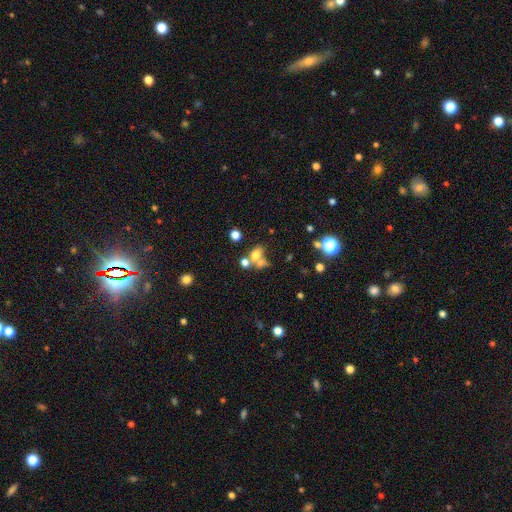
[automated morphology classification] smooth 64%, featured or disk 18%, star or artifact 18%. Down the decision tree: how rounded — in between (59%); merging — merger (47%).